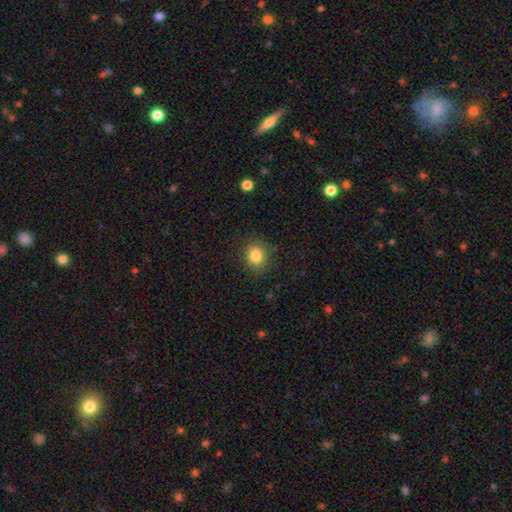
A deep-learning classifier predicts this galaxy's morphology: This appears to be a smooth galaxy with no disk features (84%) that is round (71%). Merging: none (86%).